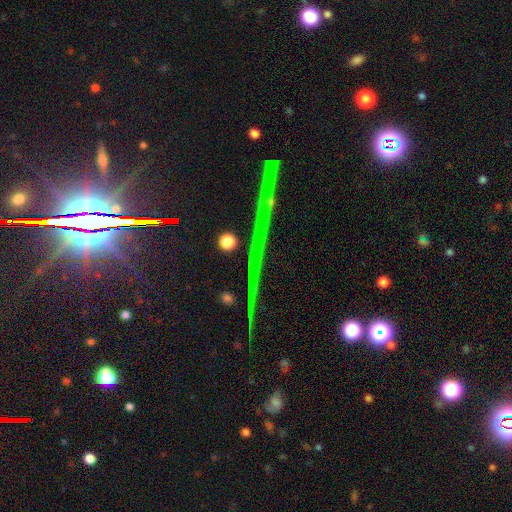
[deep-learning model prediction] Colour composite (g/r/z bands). It shows a star or artifact, not a galaxy (57%).